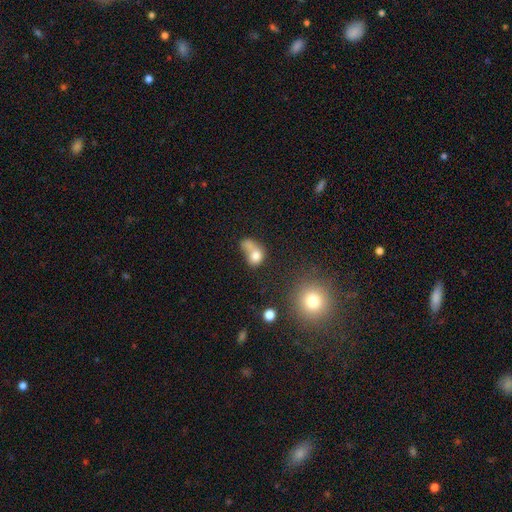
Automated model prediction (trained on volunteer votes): smooth-or-featured: smooth: 71% | featured or disk: 18% | star or artifact: 11%
  how-rounded: in between: 56% | round: 42% | cigar-shaped: 2%
  merging: merger: 56% | none: 18% | major disturbance: 16% | minor disturbance: 10%